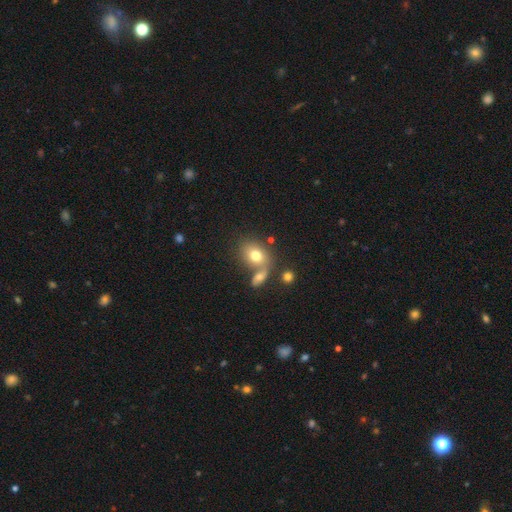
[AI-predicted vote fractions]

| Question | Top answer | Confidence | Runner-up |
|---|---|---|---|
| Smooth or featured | smooth | 74% | featured or disk (16%) |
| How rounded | in between | 56% | round (42%) |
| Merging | none | 43% | merger (39%) |